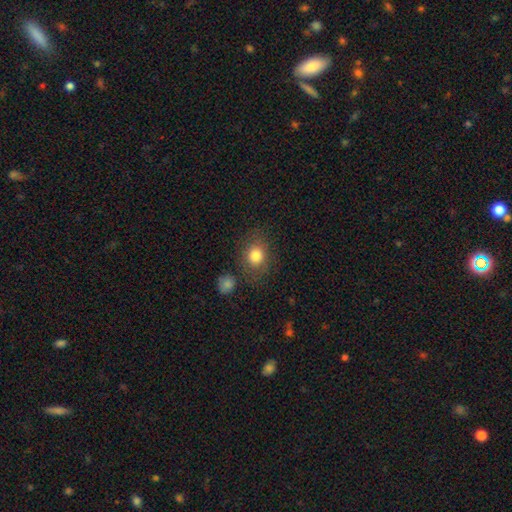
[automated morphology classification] Smooth or featured?
  - smooth: 81% *
  - star or artifact: 10%
  - featured or disk: 9%
How rounded?
  - round: 57% *
  - in between: 42%
  - cigar-shaped: 1%
Merging?
  - none: 74% *
  - minor disturbance: 14%
  - merger: 6%
  - major disturbance: 6%